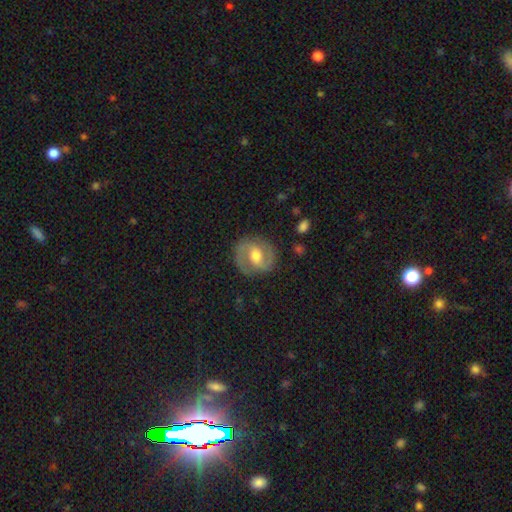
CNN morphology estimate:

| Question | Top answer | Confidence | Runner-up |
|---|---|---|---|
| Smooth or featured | featured or disk | 78% | smooth (16%) |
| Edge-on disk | no | 97% | yes (3%) |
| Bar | weak | 48% | strong (26%) |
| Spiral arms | yes | 90% | no (10%) |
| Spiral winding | medium | 52% | tight (33%) |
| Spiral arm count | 2 | 91% | can't tell (4%) |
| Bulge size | moderate | 74% | small (14%) |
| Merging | none | 85% | minor disturbance (10%) |